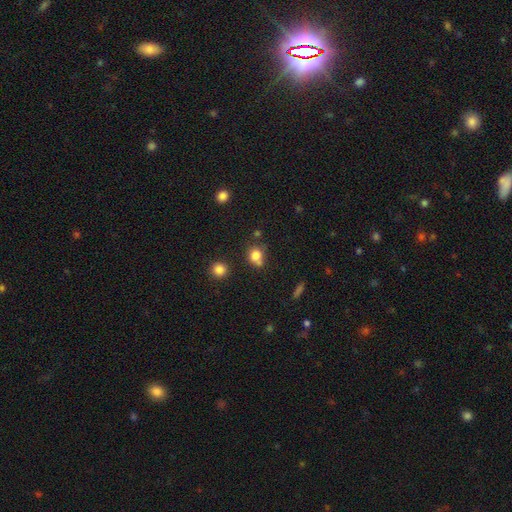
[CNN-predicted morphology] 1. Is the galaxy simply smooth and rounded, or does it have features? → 79% smooth, 13% star or artifact, 8% featured or disk.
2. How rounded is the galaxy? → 74% round, 25% in between, 1% cigar-shaped.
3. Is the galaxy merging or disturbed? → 54% none, 24% merger, 16% minor disturbance, 6% major disturbance.